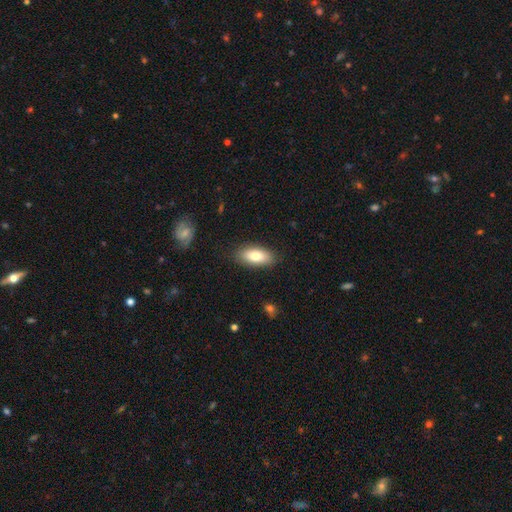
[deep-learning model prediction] This appears to be a smooth galaxy with no disk features (79%) that is in between round and cigar-shaped (86%). Merging: none (86%).